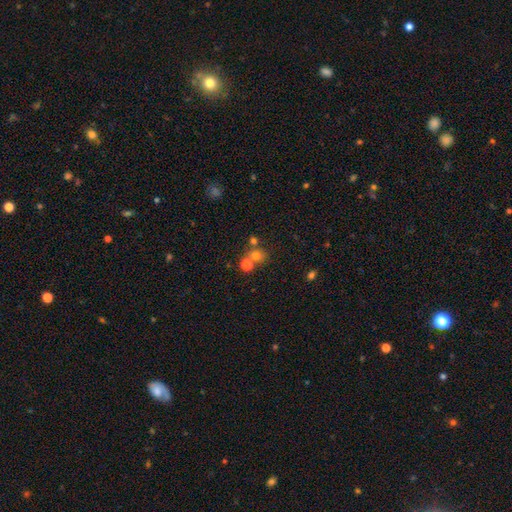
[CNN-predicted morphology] This is likely a smooth galaxy (69%). How rounded: clearly round (82%). Merging: possibly none (57%).